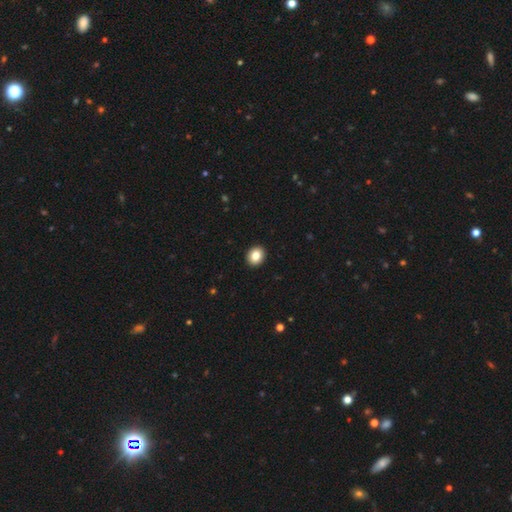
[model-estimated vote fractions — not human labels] smooth-or-featured: smooth: 84% | star or artifact: 9% | featured or disk: 7%
  how-rounded: round: 64% | in between: 35% | cigar-shaped: 1%
  merging: none: 93% | minor disturbance: 5% | major disturbance: 1% | merger: 1%